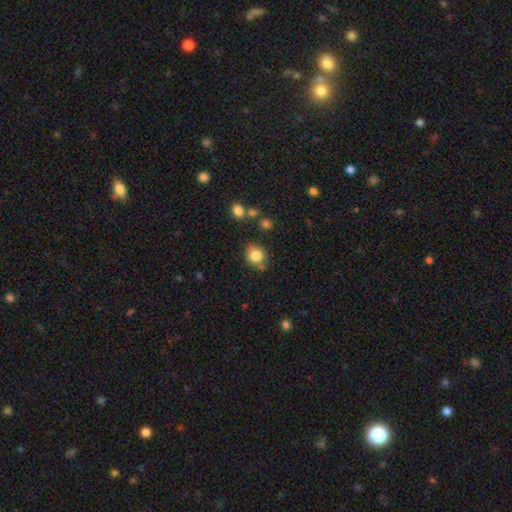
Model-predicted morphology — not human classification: This appears to be a smooth galaxy with no disk features (82%) that is round (68%). Merging: none (69%).